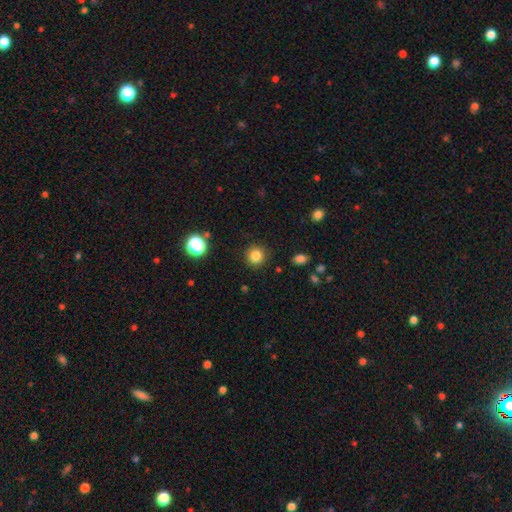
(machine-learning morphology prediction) smooth_or_featured: smooth (p=0.83) [alt: star or artifact p=0.12]
how_rounded: round (p=0.92) [alt: in between p=0.07]
merging: none (p=0.90) [alt: minor disturbance p=0.06]